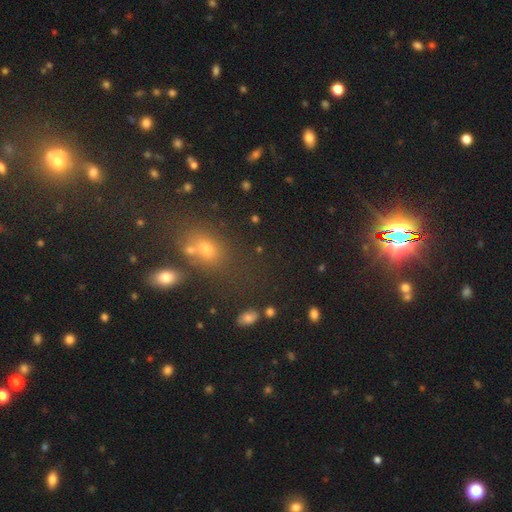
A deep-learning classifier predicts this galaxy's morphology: smooth_or_featured: star or artifact (p=0.46) [alt: smooth p=0.44]